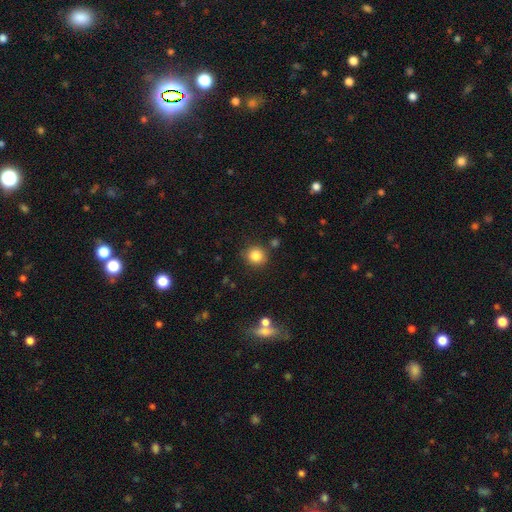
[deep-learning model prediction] Smooth or featured? Predicted: smooth (p=0.84). How rounded? Predicted: round (p=0.90). Merging? Predicted: none (p=0.85).